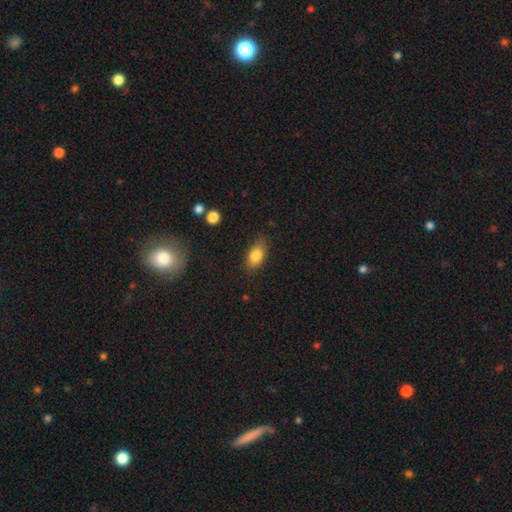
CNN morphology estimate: A smooth galaxy with no disk features (82%) that is in between round and cigar-shaped (85%).

Vote fractions:
- Smooth or featured? smooth: 82% / featured or disk: 10% / star or artifact: 8%
- How rounded? in between: 85% / round: 8% / cigar-shaped: 6%
- Merging? none: 79% / minor disturbance: 16% / major disturbance: 3% / merger: 1%